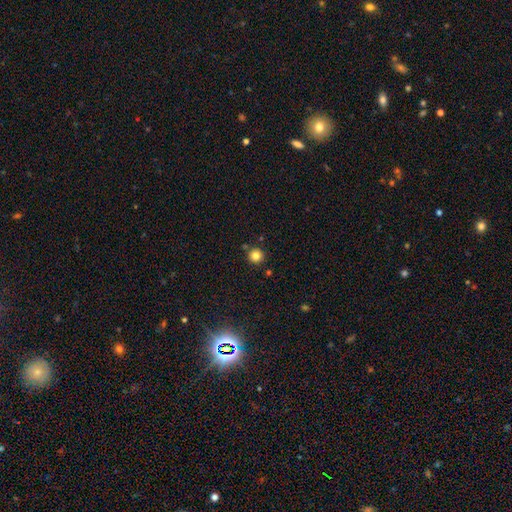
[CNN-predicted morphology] Smooth or featured: smooth — 81% (star or artifact — 13%)
How rounded: round — 95% (in between — 4%)
Merging: none — 86% (minor disturbance — 7%)